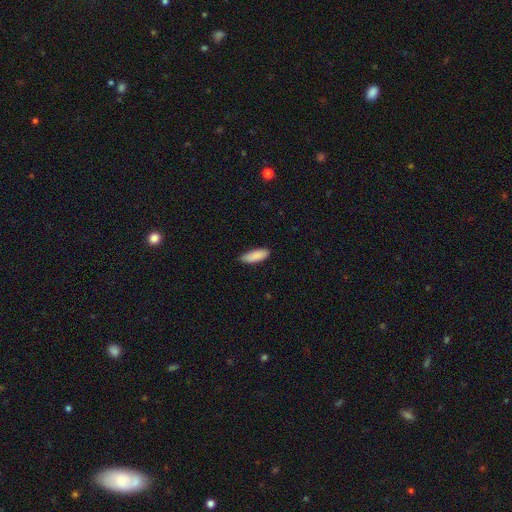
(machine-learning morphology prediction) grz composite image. It shows a smooth galaxy with no disk features (89%) that is in between round and cigar-shaped (65%). Merging: none (83%).